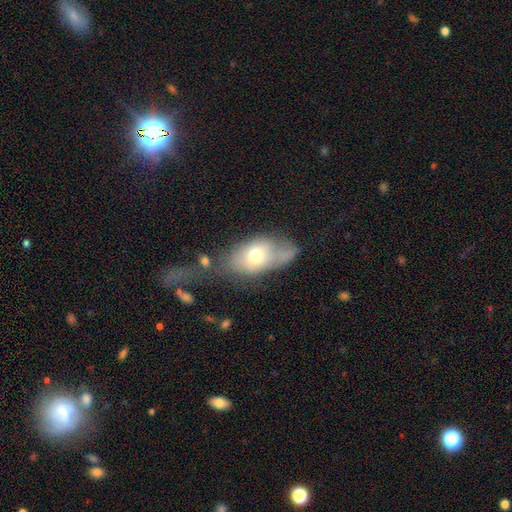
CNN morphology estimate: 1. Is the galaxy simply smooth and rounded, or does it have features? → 62% smooth, 29% featured or disk, 9% star or artifact.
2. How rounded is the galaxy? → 86% in between, 10% round, 4% cigar-shaped.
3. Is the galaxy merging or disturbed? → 31% none (tied), 31% major disturbance (tied), 26% minor disturbance, 12% merger.